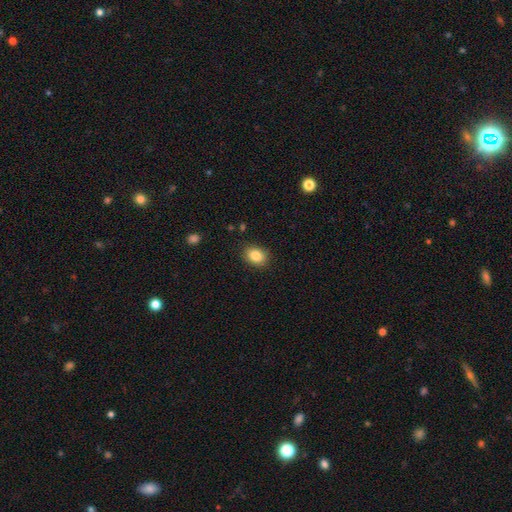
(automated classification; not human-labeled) Smooth or featured? smooth (86%)
How rounded? in between (59%)
Merging? none (86%)